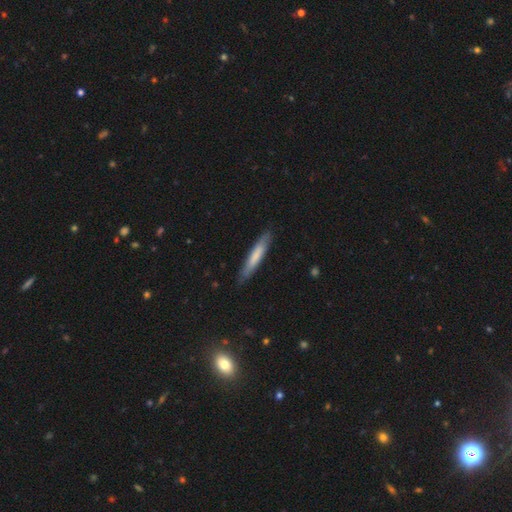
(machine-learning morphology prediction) A smooth galaxy with no disk features (69%) that is cigar-shaped (93%).

Vote fractions:
- Smooth or featured? smooth: 69% / featured or disk: 26% / star or artifact: 5%
- How rounded? cigar-shaped: 93% / in between: 6% / round: 1%
- Merging? none: 86% / minor disturbance: 11% / major disturbance: 2% / merger: 1%